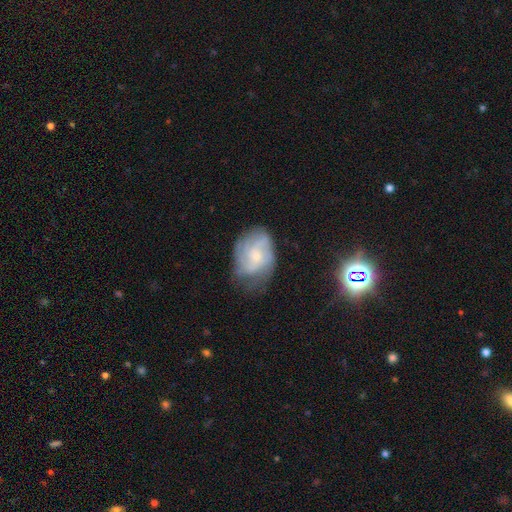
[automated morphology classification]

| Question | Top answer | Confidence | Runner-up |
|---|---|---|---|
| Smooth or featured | featured or disk | 75% | smooth (17%) |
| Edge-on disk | no | 97% | yes (3%) |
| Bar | no | 70% | weak (26%) |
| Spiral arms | yes | 93% | no (7%) |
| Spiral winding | tight | 47% | medium (40%) |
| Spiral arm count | can't tell | 30% | 3 (28%) |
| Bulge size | small | 72% | moderate (24%) |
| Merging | none | 62% | minor disturbance (25%) |